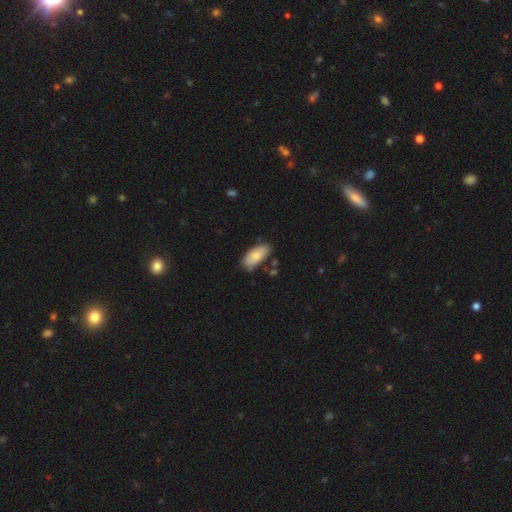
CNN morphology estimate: Q: Smooth or featured?
A: smooth (80%); runner-up: featured or disk (13%)
Q: How rounded?
A: in between (90%); runner-up: cigar-shaped (8%)
Q: Merging?
A: none (68%); runner-up: minor disturbance (23%)